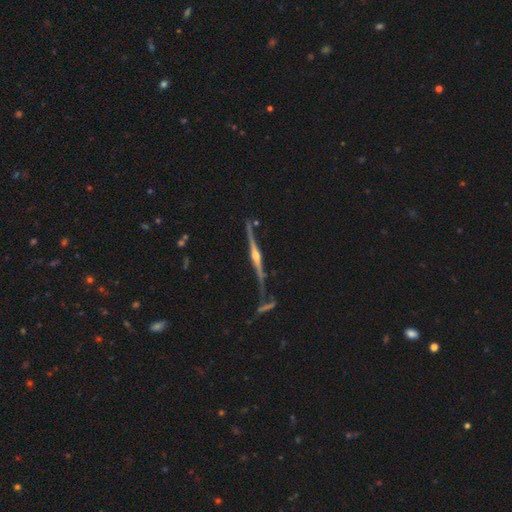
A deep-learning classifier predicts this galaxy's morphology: featured or disk 87%, smooth 7%, star or artifact 6%. Down the decision tree: edge-on disk — yes (97%); edge-on bulge — rounded (91%); merging — none (68%).